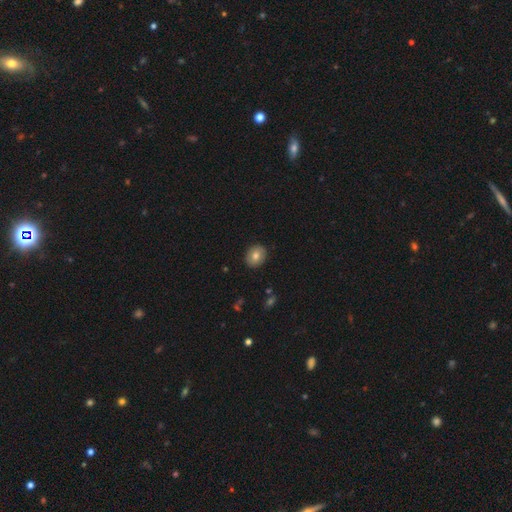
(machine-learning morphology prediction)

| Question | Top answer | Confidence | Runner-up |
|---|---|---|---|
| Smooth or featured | smooth | 77% | featured or disk (14%) |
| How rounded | round | 61% | in between (39%) |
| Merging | none | 90% | minor disturbance (7%) |